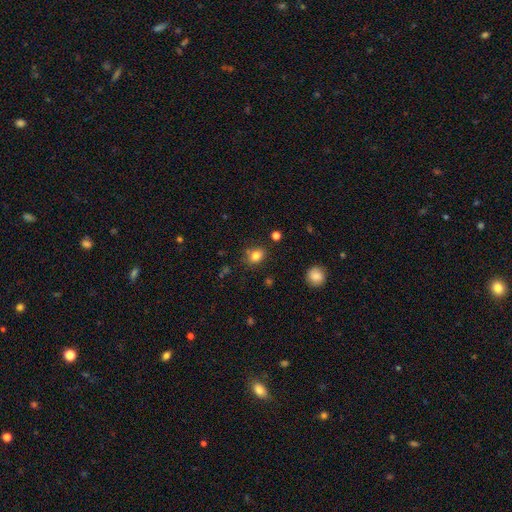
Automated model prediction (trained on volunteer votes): smooth 81%, star or artifact 12%, featured or disk 7%. Down the decision tree: how rounded — in between (51%); merging — none (76%).